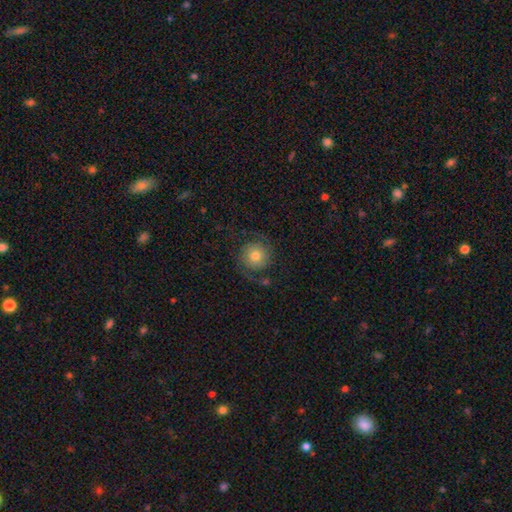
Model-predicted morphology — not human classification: Q: Smooth or featured?
A: featured or disk (52%); runner-up: smooth (39%)
Q: Edge-on disk?
A: no (97%); runner-up: yes (3%)
Q: Bar?
A: no (80%); runner-up: weak (16%)
Q: Spiral arms?
A: yes (86%); runner-up: no (14%)
Q: Bulge size?
A: moderate (63%); runner-up: small (22%)
Q: Merging?
A: none (72%); runner-up: minor disturbance (13%)